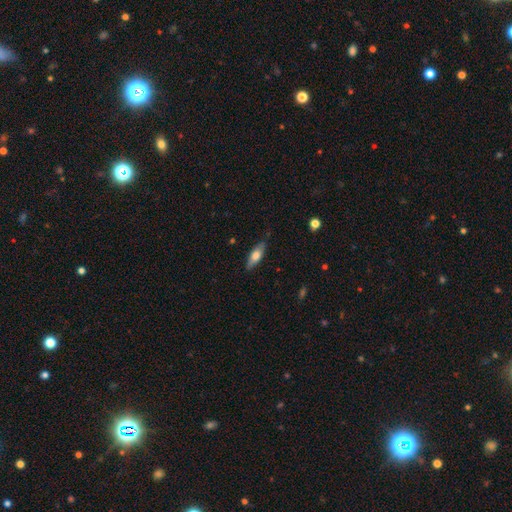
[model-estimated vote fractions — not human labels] smooth 64%, featured or disk 30%, star or artifact 6%. Down the decision tree: how rounded — in between (63%); merging — none (80%).